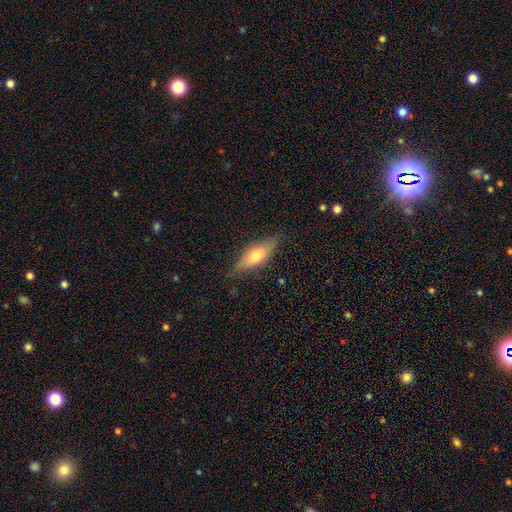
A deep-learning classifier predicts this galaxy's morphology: Smooth or featured: smooth — 60% (featured or disk — 34%)
How rounded: in between — 59% (cigar-shaped — 38%)
Merging: none — 80% (minor disturbance — 15%)